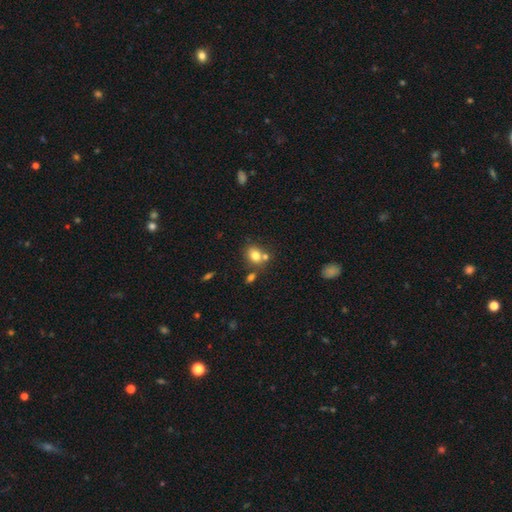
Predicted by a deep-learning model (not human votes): A smooth galaxy with no disk features (77%) that is round (54%). Merging: none (56%).